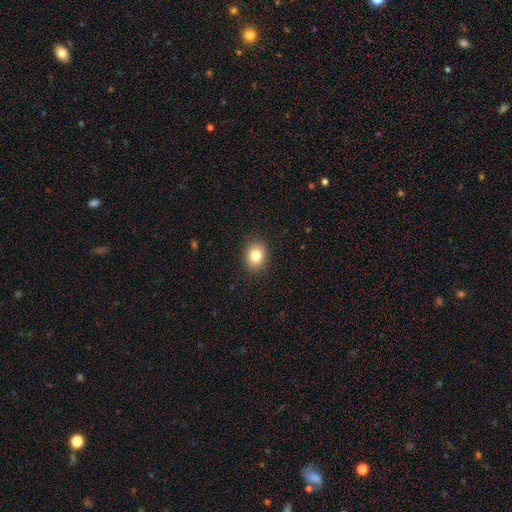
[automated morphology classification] Smooth or featured? Predicted: smooth (p=0.83). How rounded? Predicted: round (p=0.54). Merging? Predicted: none (p=0.89).